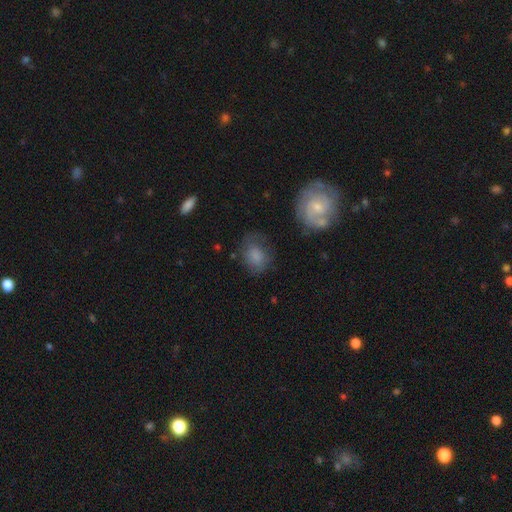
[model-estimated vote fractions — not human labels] Morphology: type=smooth (74%); roundness=in between (55%); merging=none (59%).